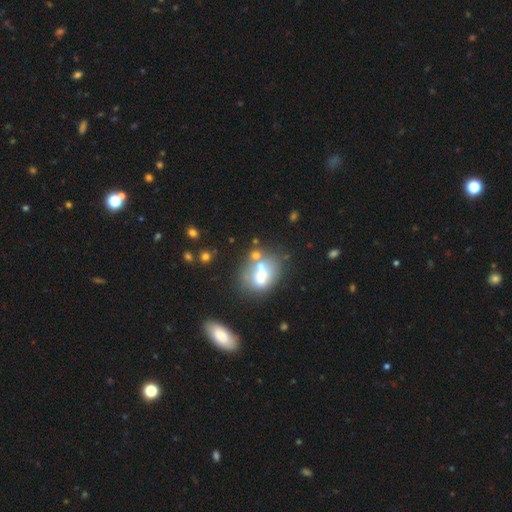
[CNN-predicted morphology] This appears to be a smooth galaxy with no disk features (51%) that is in between round and cigar-shaped (62%). Merging: none (36%).